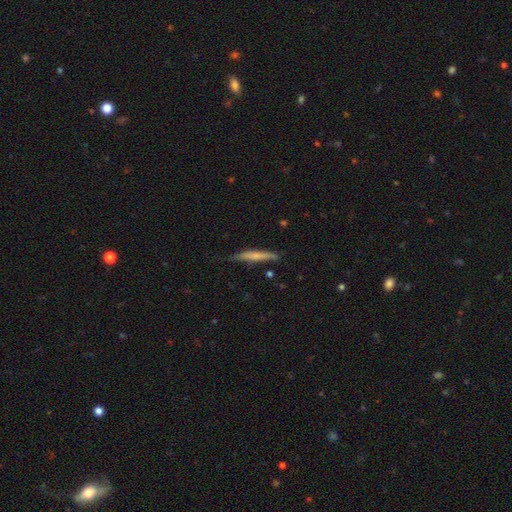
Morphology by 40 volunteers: A smooth galaxy with no disk features (62%) that is cigar-shaped (92%). Merging: none (77%).